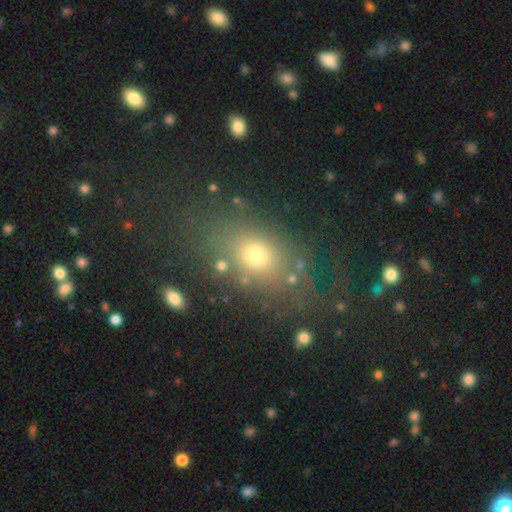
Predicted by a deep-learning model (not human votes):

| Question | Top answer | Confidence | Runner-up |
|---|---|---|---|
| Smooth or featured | smooth | 68% | star or artifact (20%) |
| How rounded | in between | 64% | round (32%) |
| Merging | none | 78% | minor disturbance (12%) |